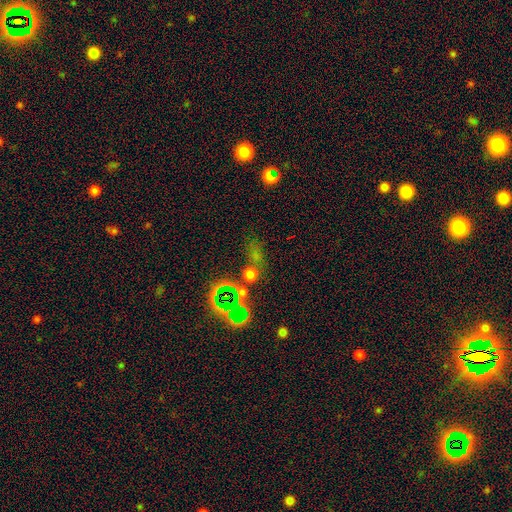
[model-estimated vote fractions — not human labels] Smooth or featured: smooth — 48% (star or artifact — 29%)
Merging: none — 42% (merger — 31%)